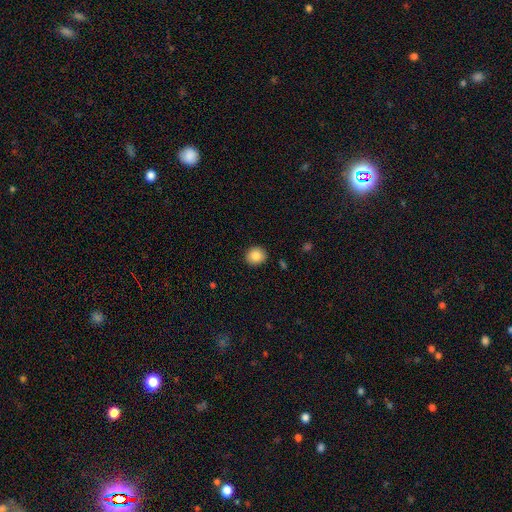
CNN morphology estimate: Smooth or featured? Predicted: smooth (p=0.85). How rounded? Predicted: round (p=0.84). Merging? Predicted: none (p=0.90).